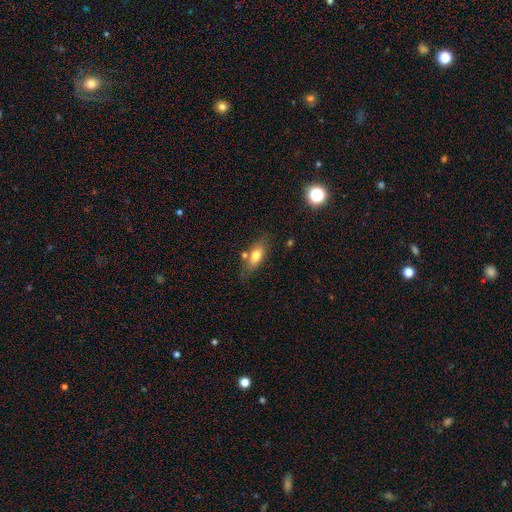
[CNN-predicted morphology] Overall: smooth (73%). How rounded: in between (78%). Merging: none (68%).